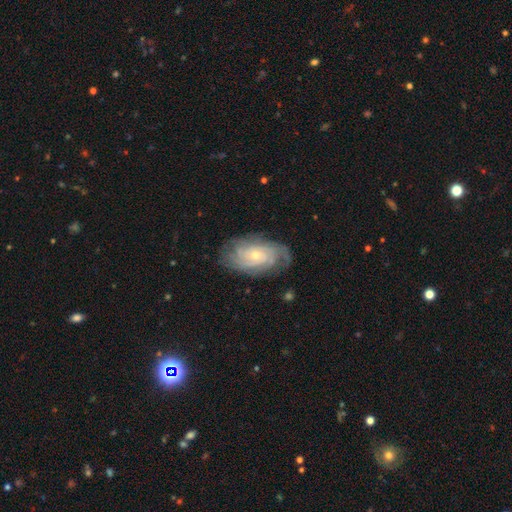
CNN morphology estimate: smooth_or_featured: featured or disk (p=0.83) [alt: smooth p=0.11]
disk_edge_on: no (p=0.95) [alt: yes p=0.05]
bar: no (p=0.76) [alt: weak p=0.20]
has_spiral_arms: yes (p=0.95) [alt: no p=0.05]
spiral_winding: tight (p=0.72) [alt: medium p=0.23]
spiral_arm_count: can't tell (p=0.41) [alt: 4 p=0.17]
bulge_size: small (p=0.67) [alt: moderate p=0.30]
merging: none (p=0.75) [alt: minor disturbance p=0.17]